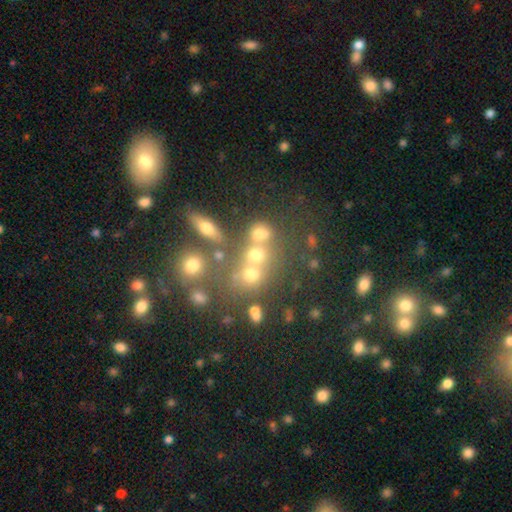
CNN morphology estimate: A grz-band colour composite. It shows a smooth galaxy with no disk features (56%) that is round (70%). Merging: none (46%).